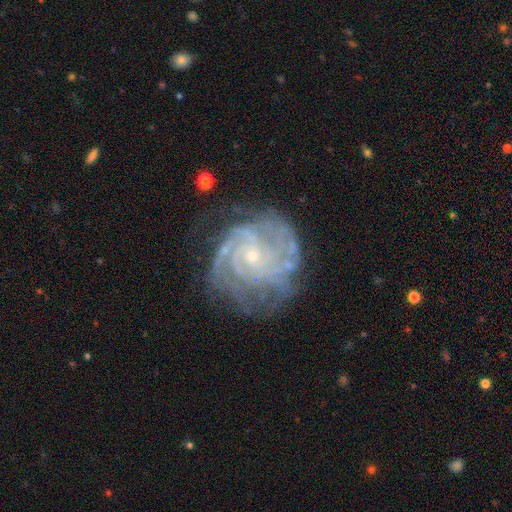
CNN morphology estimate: This is clearly a featured or disk galaxy (88%). It is clearly not viewed edge-on (98%). Bar: likely no (71%). Spiral arm pattern: clearly yes (97%). Spiral arm count: marginally can't tell (25%). Spiral winding: likely tight (70%). Central bulge: clearly small (82%). Merging: likely none (68%).